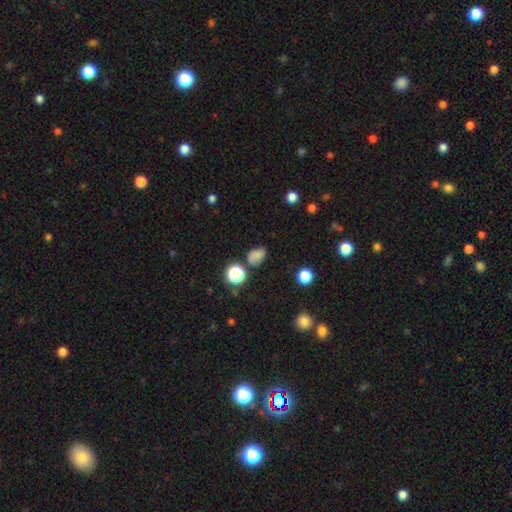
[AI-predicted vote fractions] smooth-or-featured: smooth: 68% | star or artifact: 18% | featured or disk: 13%
  how-rounded: in between: 66% | round: 32% | cigar-shaped: 1%
  merging: none: 61% | minor disturbance: 25% | major disturbance: 8% | merger: 6%